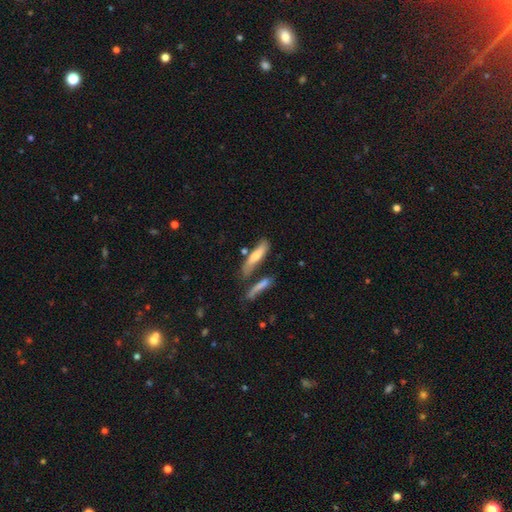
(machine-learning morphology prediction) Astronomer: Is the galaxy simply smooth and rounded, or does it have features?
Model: smooth — 65%.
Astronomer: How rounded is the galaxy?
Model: cigar-shaped — 73%.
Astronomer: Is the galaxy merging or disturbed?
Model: none — 54%.